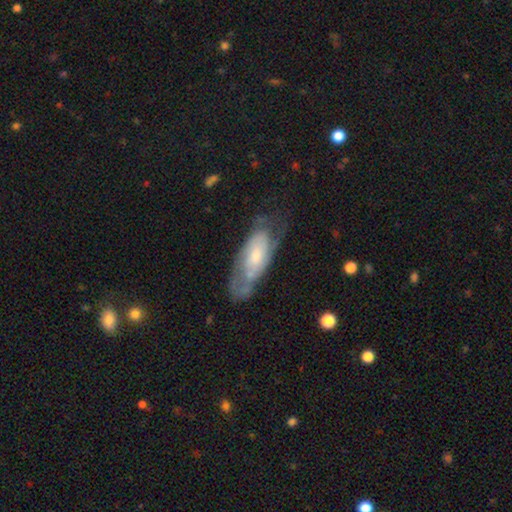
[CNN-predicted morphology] Q: Smooth or featured?
A: featured or disk (56%); runner-up: smooth (37%)
Q: Edge-on disk?
A: no (84%); runner-up: yes (16%)
Q: Merging?
A: none (47%); runner-up: minor disturbance (28%)